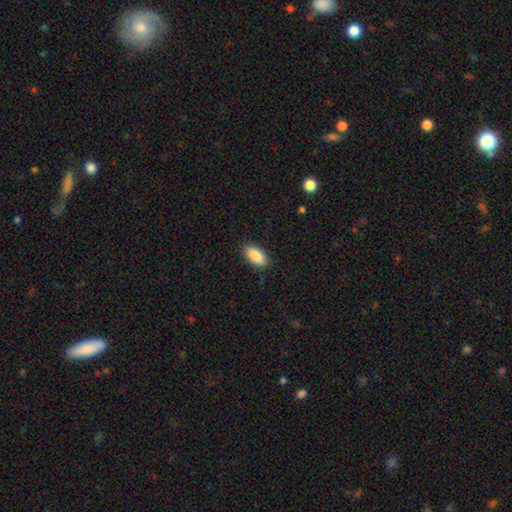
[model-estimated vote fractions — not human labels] smooth-or-featured: smooth: 87% | star or artifact: 7% | featured or disk: 6%
  how-rounded: in between: 92% | cigar-shaped: 6% | round: 3%
  merging: none: 87% | minor disturbance: 10% | major disturbance: 2% | merger: 1%